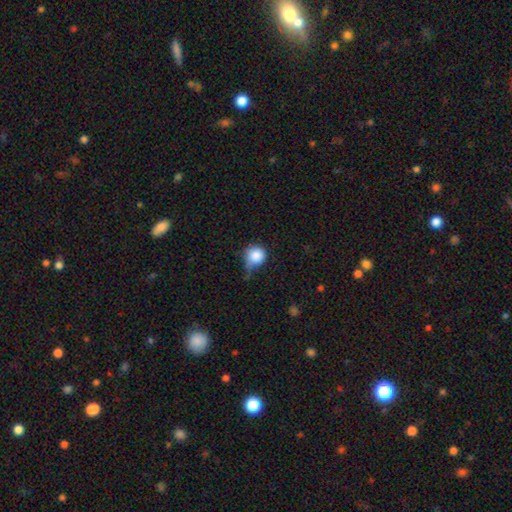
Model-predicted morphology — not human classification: smooth 84%, star or artifact 9%, featured or disk 7%. Down the decision tree: how rounded — round (88%); merging — minor disturbance (43%).